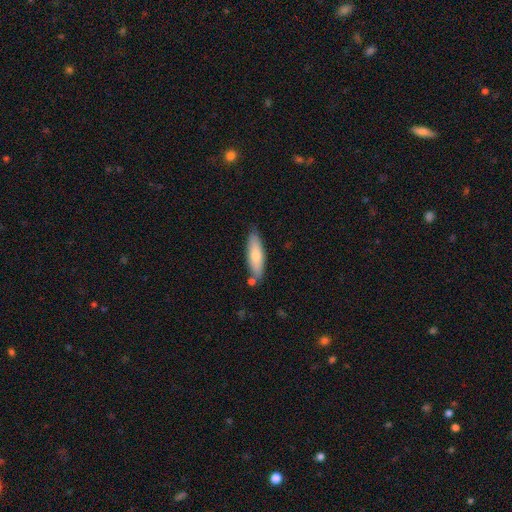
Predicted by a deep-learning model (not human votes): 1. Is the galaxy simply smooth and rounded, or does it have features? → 72% smooth, 23% featured or disk, 6% star or artifact.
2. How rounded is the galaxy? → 57% cigar-shaped, 41% in between, 2% round.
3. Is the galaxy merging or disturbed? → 76% none, 15% minor disturbance, 7% merger, 3% major disturbance.